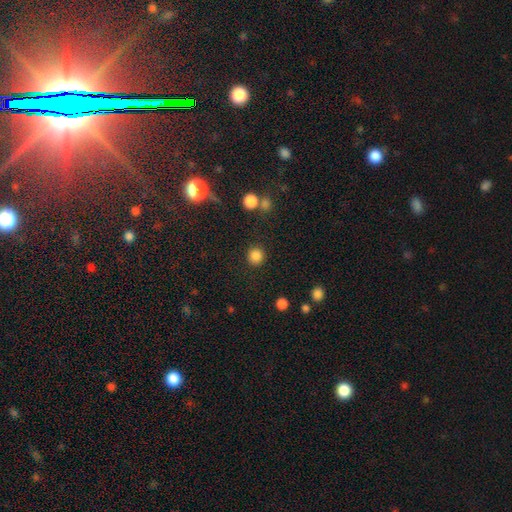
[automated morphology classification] The model was most divided on "smooth or featured": smooth: 85%, star or artifact: 11%, featured or disk: 4%. More confident: how rounded — round (93%); merging — none (90%).